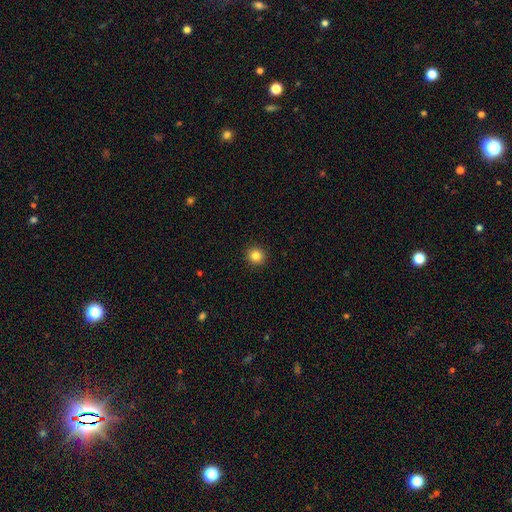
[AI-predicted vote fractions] This appears to be a smooth galaxy with no disk features (84%) that is round (92%). Merging: none (93%).